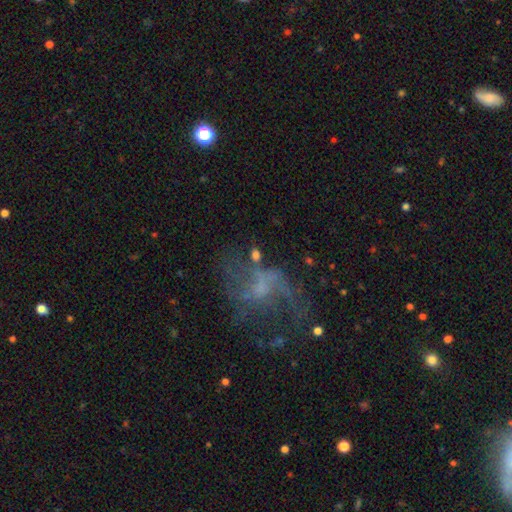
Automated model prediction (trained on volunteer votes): A featured or disk galaxy (54%) with no bar (70%), no spiral arms (54%) and no central bulge (48%). Merging: major disturbance (38%).